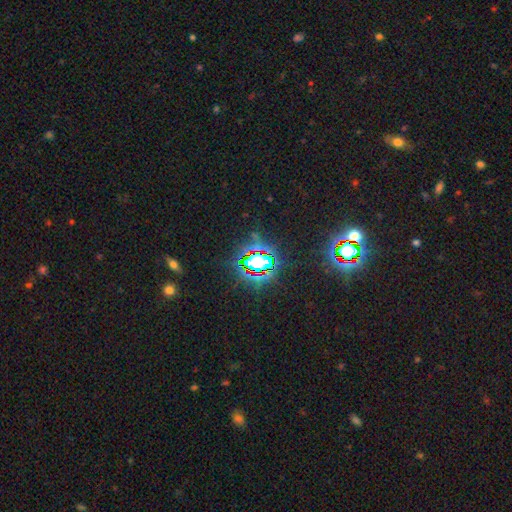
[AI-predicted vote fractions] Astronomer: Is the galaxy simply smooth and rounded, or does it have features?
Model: star or artifact — 83%.